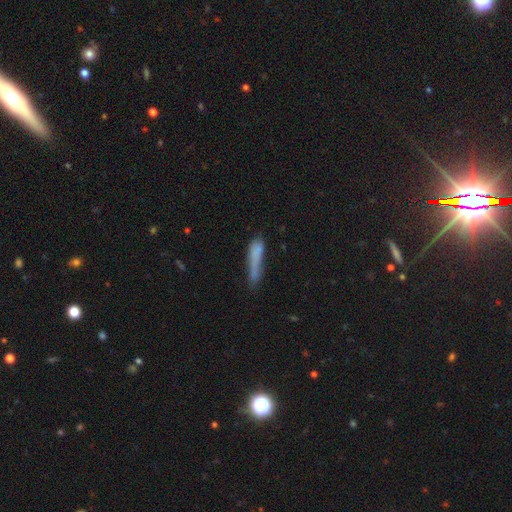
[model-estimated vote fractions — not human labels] Q: Smooth or featured?
A: smooth (69%); runner-up: featured or disk (21%)
Q: How rounded?
A: cigar-shaped (87%); runner-up: in between (11%)
Q: Merging?
A: none (52%); runner-up: minor disturbance (28%)